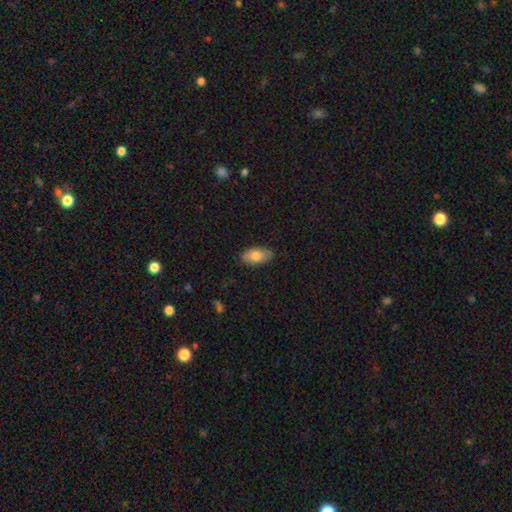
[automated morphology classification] type=smooth (80%); roundness=in between (93%); merging=none (84%).